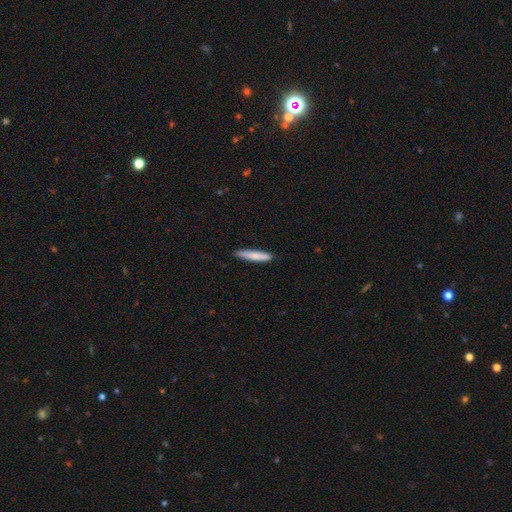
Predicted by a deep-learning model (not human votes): Morphology: type=smooth (79%); roundness=cigar-shaped (89%); merging=none (87%).